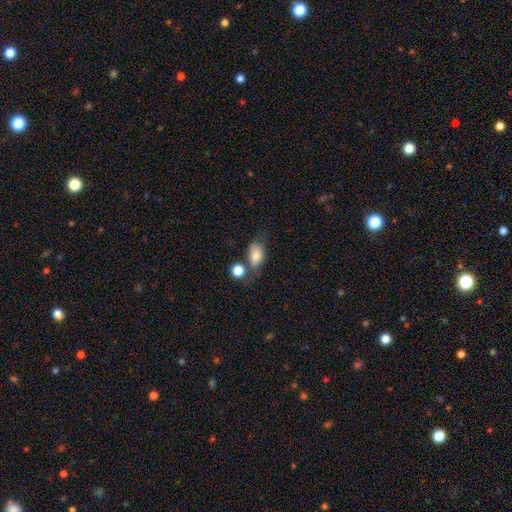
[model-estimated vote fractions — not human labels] This is likely a smooth galaxy (79%). How rounded: clearly in between (83%). Merging: possibly none (46%).